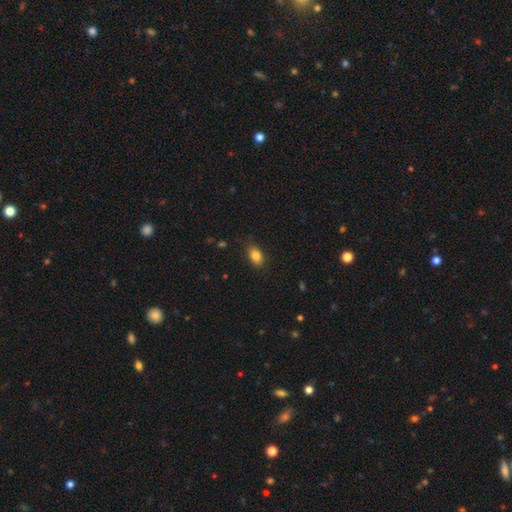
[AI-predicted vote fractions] Smooth or featured? Predicted: smooth (p=0.84). How rounded? Predicted: in between (p=0.86). Merging? Predicted: none (p=0.83).